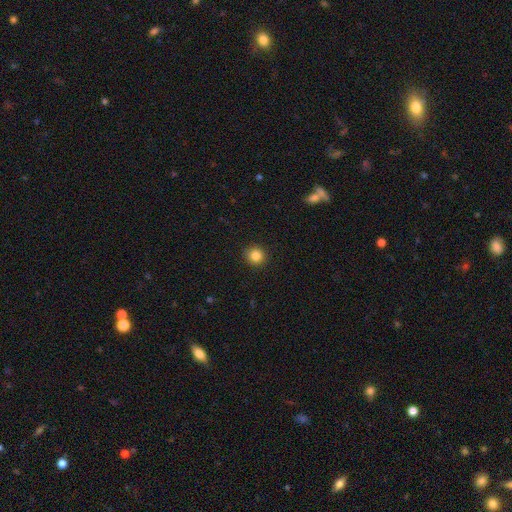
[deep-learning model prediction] This appears to be a smooth galaxy with no disk features (85%) that is round (93%). Merging: none (91%).